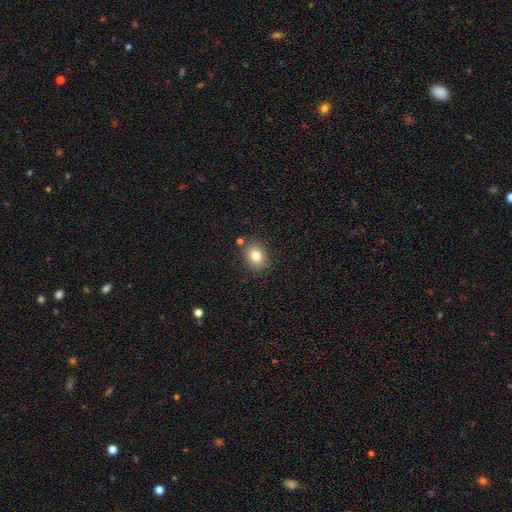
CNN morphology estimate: Smooth or featured? smooth (81%)
How rounded? round (52%)
Merging? none (82%)